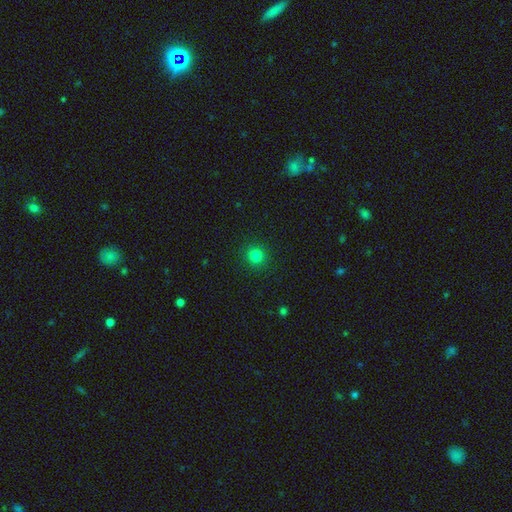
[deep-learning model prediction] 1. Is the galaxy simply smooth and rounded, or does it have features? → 81% smooth, 14% star or artifact, 5% featured or disk.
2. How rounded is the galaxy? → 93% round, 6% in between, 1% cigar-shaped.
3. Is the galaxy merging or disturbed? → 91% none, 6% minor disturbance, 2% major disturbance, 1% merger.